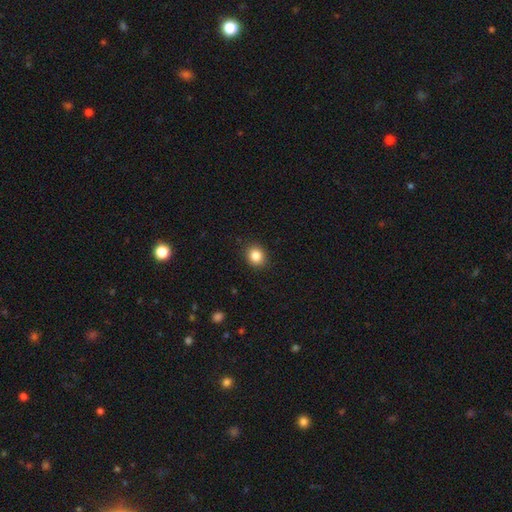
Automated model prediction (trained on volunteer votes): Q: Smooth or featured?
A: smooth (85%); runner-up: star or artifact (10%)
Q: How rounded?
A: round (70%); runner-up: in between (29%)
Q: Merging?
A: none (90%); runner-up: minor disturbance (7%)